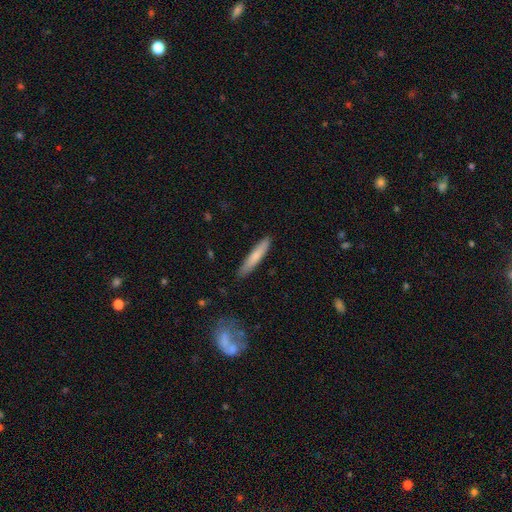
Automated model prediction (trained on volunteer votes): This is likely a smooth galaxy (74%). How rounded: clearly cigar-shaped (91%). Merging: clearly none (87%).